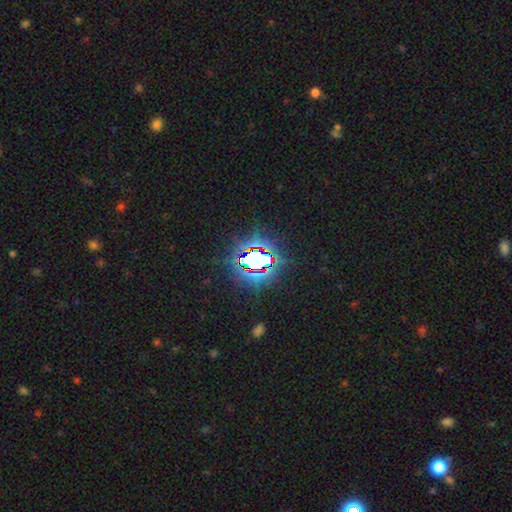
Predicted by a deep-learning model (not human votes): A star or artifact, not a galaxy (76%).